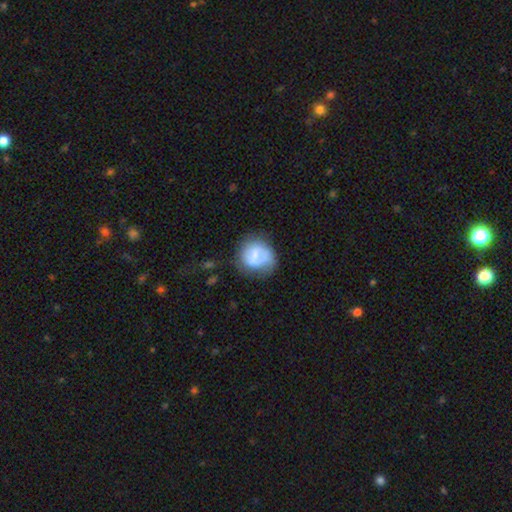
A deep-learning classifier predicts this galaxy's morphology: A smooth galaxy with no disk features (58%) that is round (77%). Merging: none (56%).